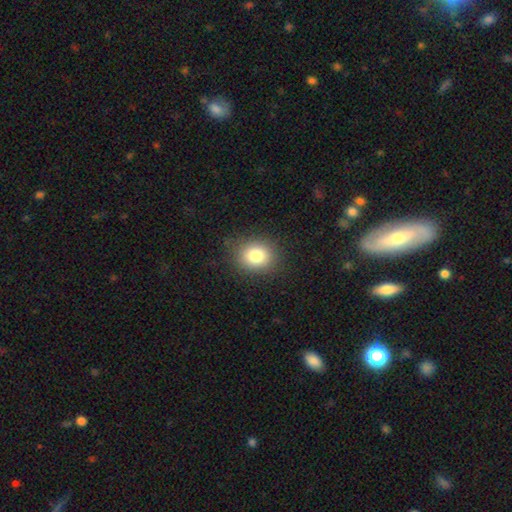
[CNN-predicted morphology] A smooth galaxy with no disk features (82%) that is round (69%). Merging: none (85%).